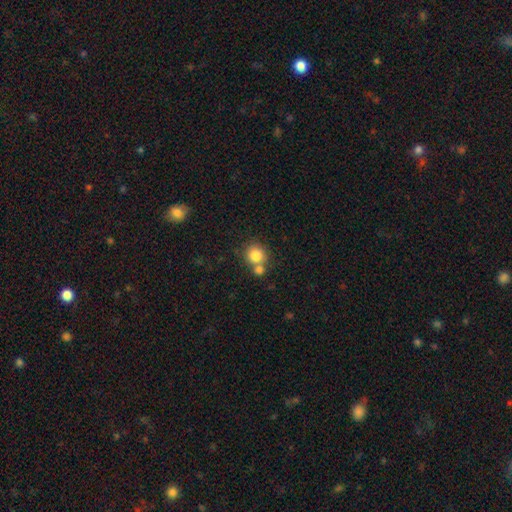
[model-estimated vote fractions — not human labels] smooth-or-featured: smooth: 82% | star or artifact: 10% | featured or disk: 8%
  how-rounded: round: 87% | in between: 12% | cigar-shaped: 1%
  merging: none: 55% | merger: 33% | minor disturbance: 8% | major disturbance: 3%